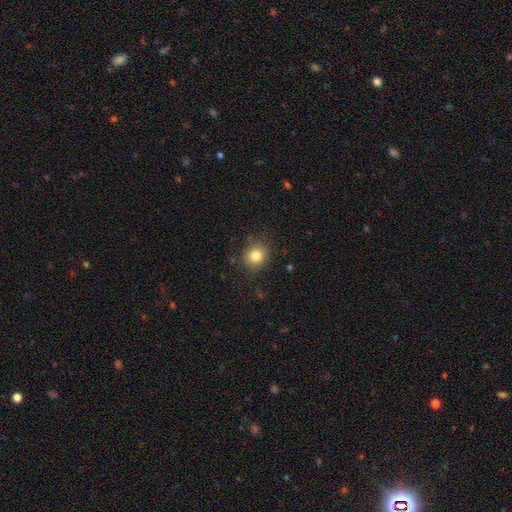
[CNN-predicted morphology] Smooth or featured: smooth — 82% (star or artifact — 11%)
How rounded: round — 82% (in between — 17%)
Merging: none — 85% (minor disturbance — 10%)